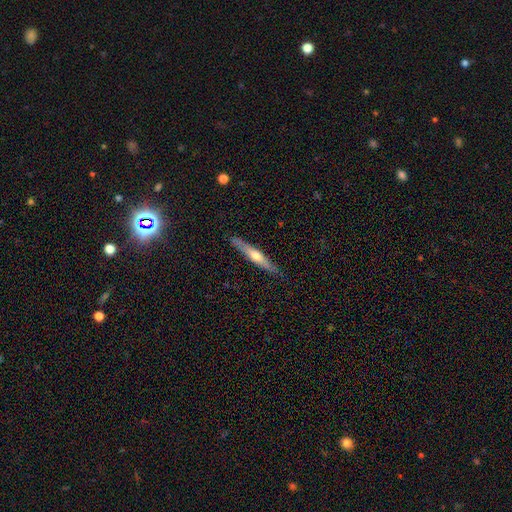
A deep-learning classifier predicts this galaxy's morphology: This is possibly a featured or disk galaxy (56%). It is clearly viewed edge-on (94%). Edge-on bulge: clearly rounded (81%). Merging: clearly none (87%).